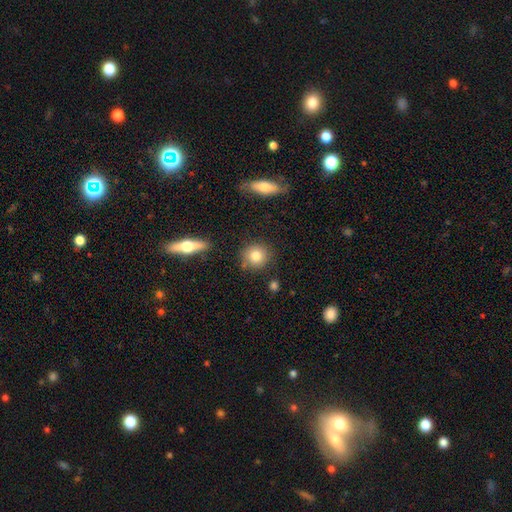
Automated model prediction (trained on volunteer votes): Smooth or featured?
  - smooth: 80% *
  - featured or disk: 11%
  - star or artifact: 10%
How rounded?
  - round: 89% *
  - in between: 10%
  - cigar-shaped: 1%
Merging?
  - none: 82% *
  - minor disturbance: 11%
  - merger: 5%
  - major disturbance: 3%